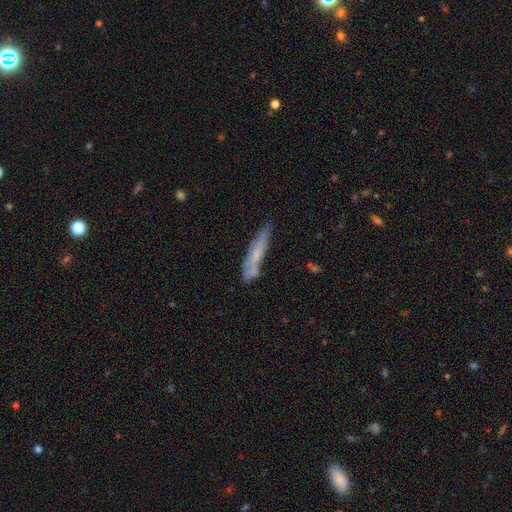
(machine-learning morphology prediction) Smooth or featured? smooth (52%)
How rounded? cigar-shaped (88%)
Merging? none (61%)